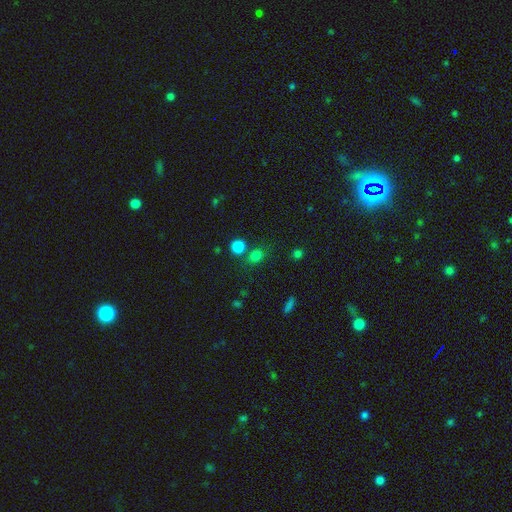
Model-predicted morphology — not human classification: This is likely a smooth galaxy (78%). How rounded: likely round (70%). Merging: likely none (68%).